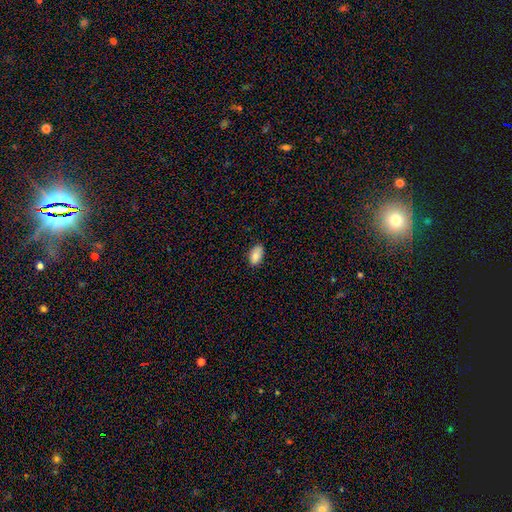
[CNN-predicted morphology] Overall: smooth (85%). How rounded: in between (94%). Merging: none (81%).